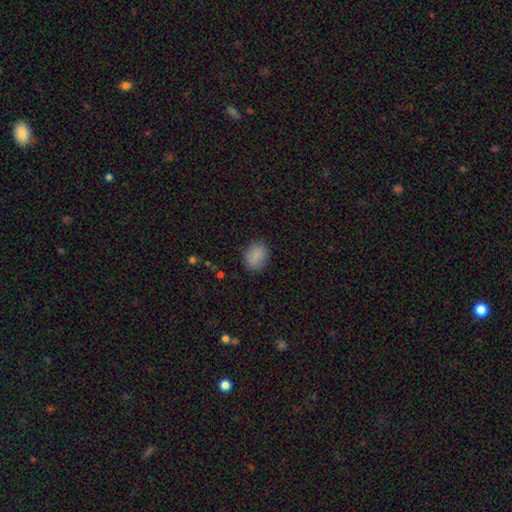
Smooth or featured?
  - smooth: 82% *
  - featured or disk: 11%
  - star or artifact: 8%
How rounded?
  - round: 65% *
  - in between: 32%
  - cigar-shaped: 3%
Merging?
  - none: 83% *
  - minor disturbance: 11%
  - major disturbance: 6%
  - merger: 0%